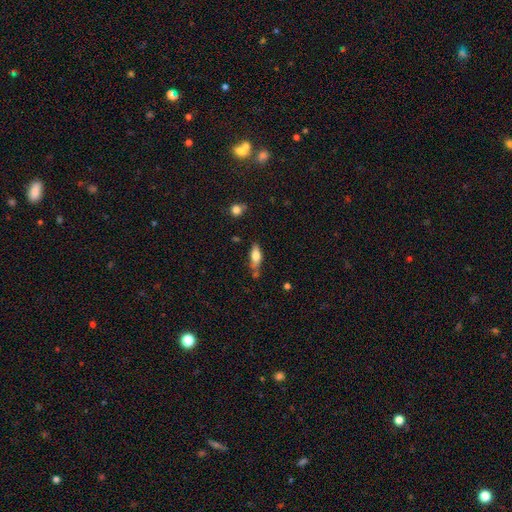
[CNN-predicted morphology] Smooth or featured: smooth — 68% (featured or disk — 25%)
How rounded: in between — 67% (cigar-shaped — 30%)
Merging: none — 60% (minor disturbance — 24%)